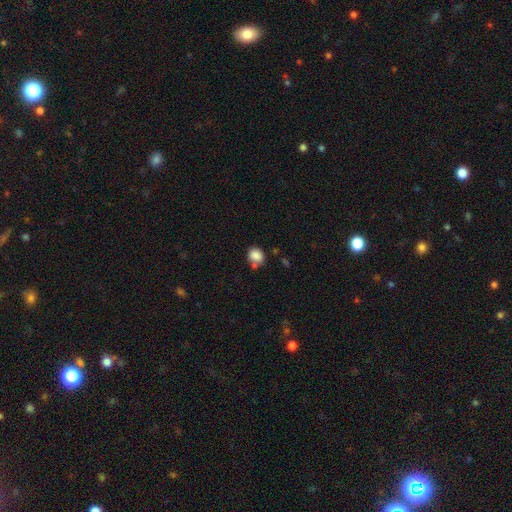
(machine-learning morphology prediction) A smooth galaxy with no disk features (86%) that is round (60%).

Vote fractions:
- Smooth or featured? smooth: 86% / star or artifact: 9% / featured or disk: 5%
- How rounded? round: 60% / in between: 39% / cigar-shaped: 1%
- Merging? none: 61% / minor disturbance: 18% / merger: 16% / major disturbance: 5%